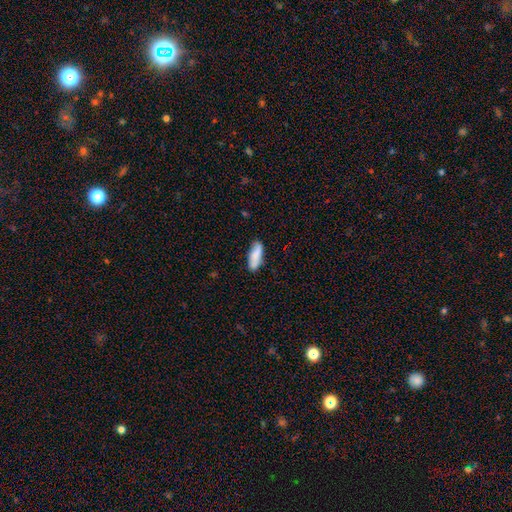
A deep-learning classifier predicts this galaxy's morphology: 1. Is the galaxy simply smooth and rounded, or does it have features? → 82% smooth, 12% featured or disk, 6% star or artifact.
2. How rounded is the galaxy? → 58% in between, 40% cigar-shaped, 2% round.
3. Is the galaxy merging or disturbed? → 78% none, 16% minor disturbance, 3% major disturbance, 3% merger.